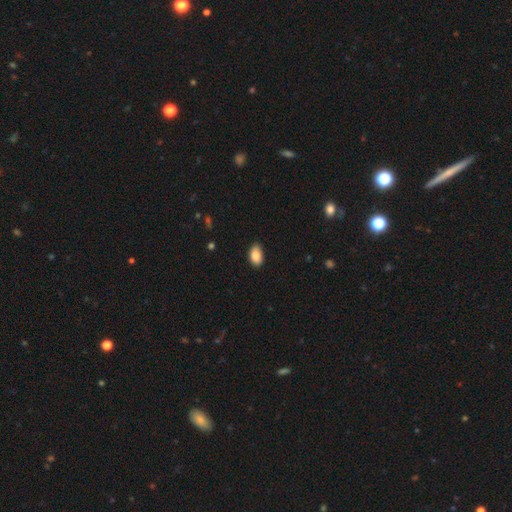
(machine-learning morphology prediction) This is clearly a smooth galaxy (87%). How rounded: clearly in between (92%). Merging: clearly none (83%).